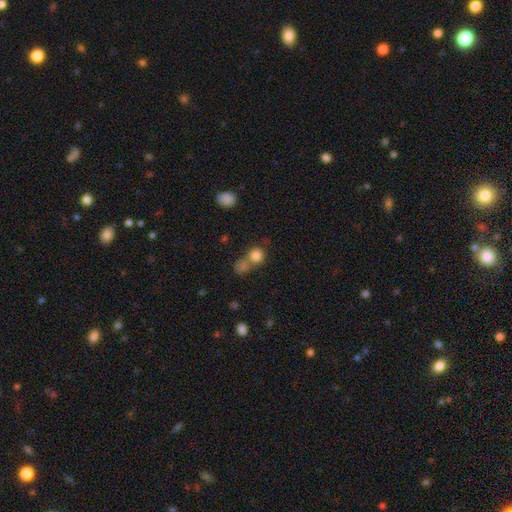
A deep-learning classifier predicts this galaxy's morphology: type=smooth (81%); roundness=round (84%); merging=none (44%).